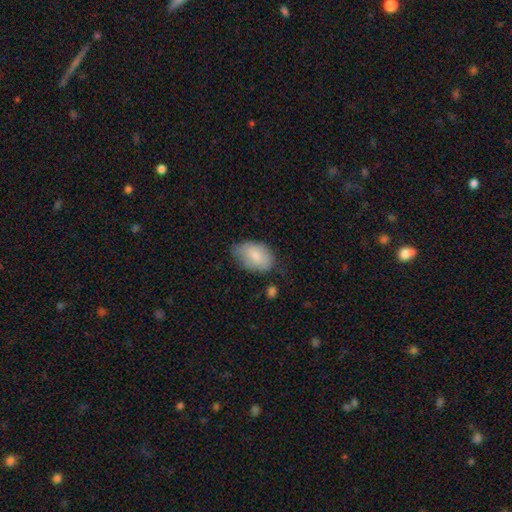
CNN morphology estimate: This appears to be a smooth galaxy with no disk features (80%) that is in between round and cigar-shaped (90%). Merging: none (57%).